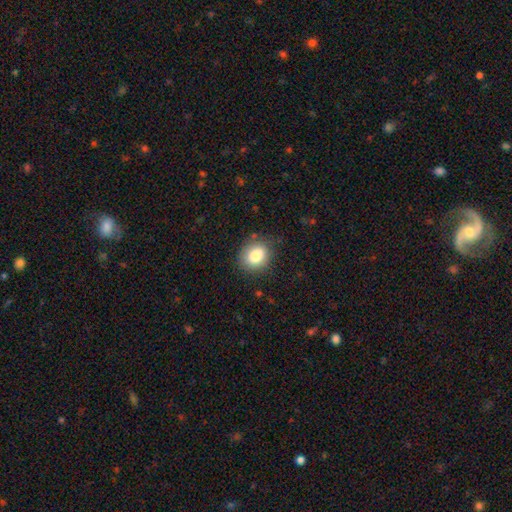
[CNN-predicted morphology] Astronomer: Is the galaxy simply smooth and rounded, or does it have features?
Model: smooth — 82%.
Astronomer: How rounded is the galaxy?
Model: round — 53% (runner-up: in between, 46%).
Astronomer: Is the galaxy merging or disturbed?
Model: none — 81%.